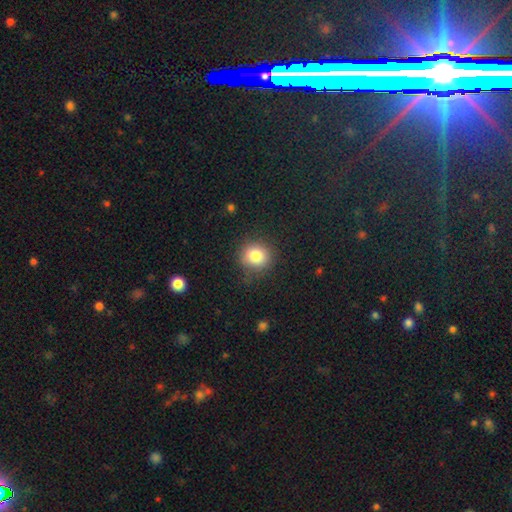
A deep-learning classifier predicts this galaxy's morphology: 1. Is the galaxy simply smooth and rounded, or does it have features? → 82% smooth, 11% star or artifact, 7% featured or disk.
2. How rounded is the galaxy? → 84% round, 15% in between, 1% cigar-shaped.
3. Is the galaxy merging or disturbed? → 81% none, 14% minor disturbance, 4% major disturbance, 1% merger.